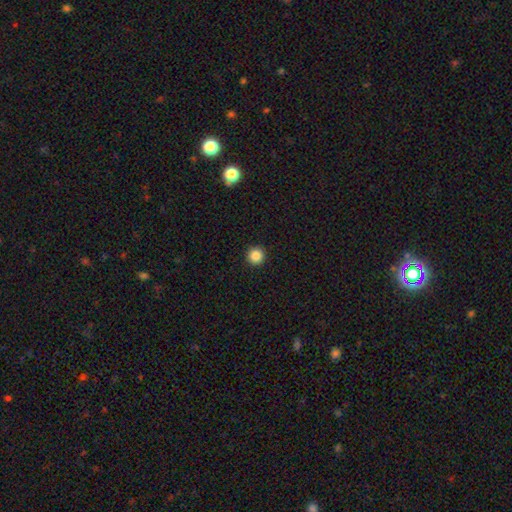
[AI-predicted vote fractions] Smooth or featured? smooth (86%)
How rounded? round (96%)
Merging? none (94%)